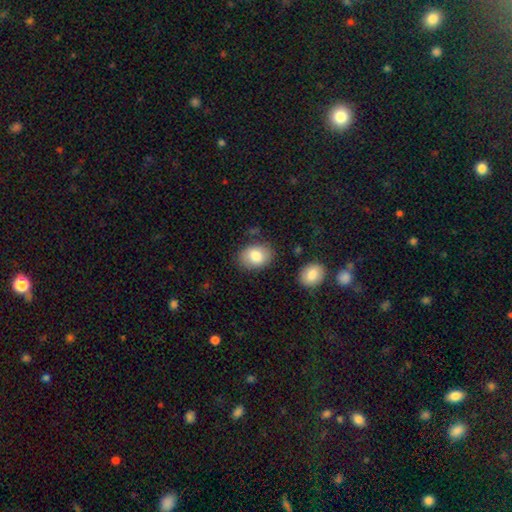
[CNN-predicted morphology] A smooth galaxy with no disk features (82%) that is in between round and cigar-shaped (72%).

Vote fractions:
- Smooth or featured? smooth: 82% / featured or disk: 11% / star or artifact: 7%
- How rounded? in between: 72% / round: 27% / cigar-shaped: 1%
- Merging? none: 82% / minor disturbance: 12% / major disturbance: 3% / merger: 3%